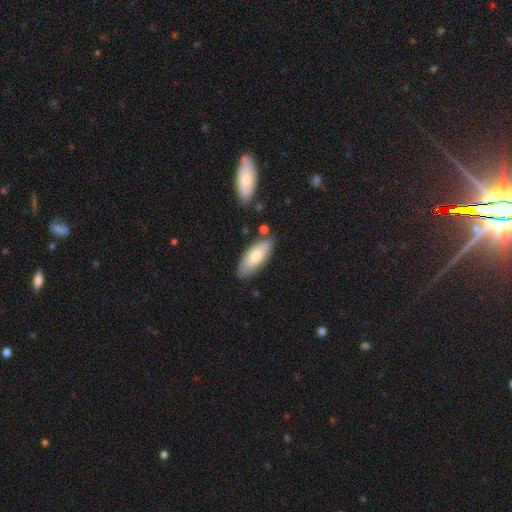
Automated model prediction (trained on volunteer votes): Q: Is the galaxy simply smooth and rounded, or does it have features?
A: smooth — 71%.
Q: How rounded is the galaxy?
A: in between — 82%.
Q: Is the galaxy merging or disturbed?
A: none — 78%.